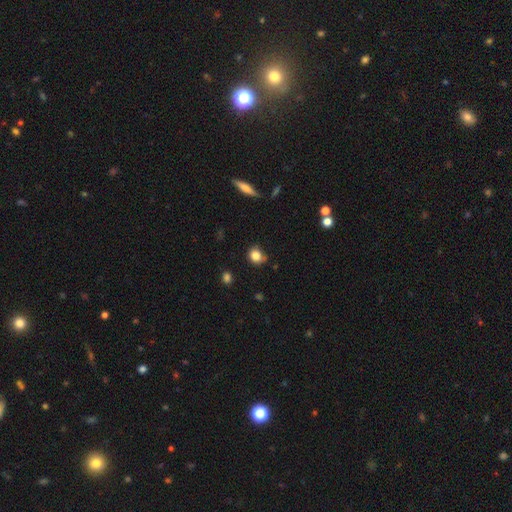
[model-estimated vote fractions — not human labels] A smooth galaxy with no disk features (82%) that is round (68%). Merging: none (63%).